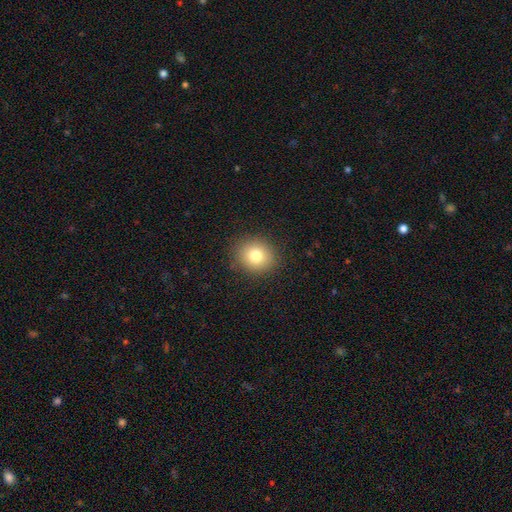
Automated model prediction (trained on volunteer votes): Overall: smooth (79%). How rounded: round (79%). Merging: none (89%).